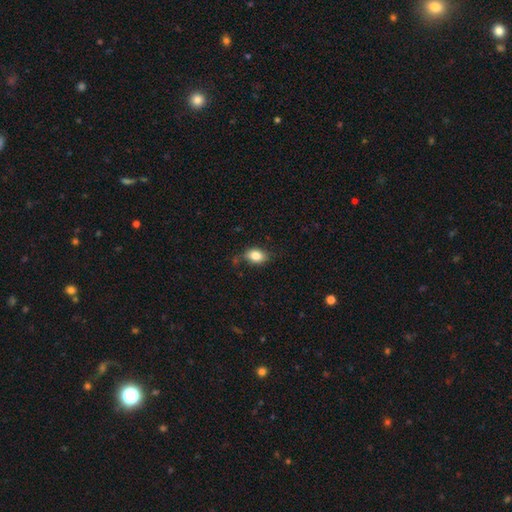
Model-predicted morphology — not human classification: A smooth galaxy with no disk features (83%) that is in between round and cigar-shaped (77%). Merging: none (71%).